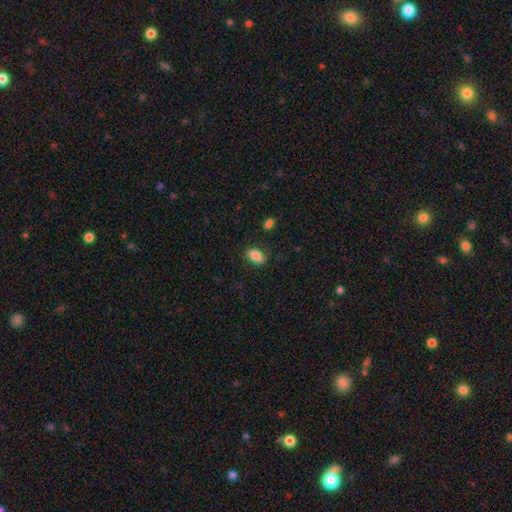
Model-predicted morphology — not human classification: Smooth or featured? smooth (83%)
How rounded? in between (89%)
Merging? none (83%)